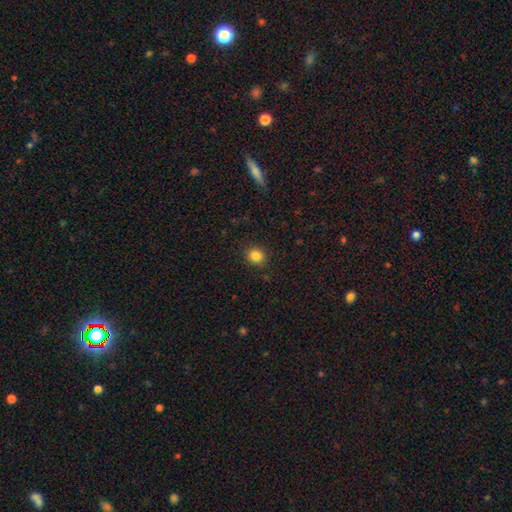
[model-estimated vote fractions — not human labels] A smooth galaxy with no disk features (84%) that is round (81%). Merging: none (89%).